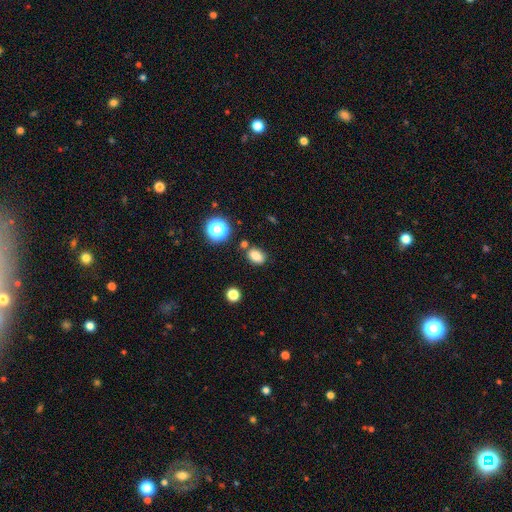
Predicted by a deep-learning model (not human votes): A smooth galaxy with no disk features (80%) that is in between round and cigar-shaped (74%).

Vote fractions:
- Smooth or featured? smooth: 80% / star or artifact: 13% / featured or disk: 7%
- How rounded? in between: 74% / round: 24% / cigar-shaped: 1%
- Merging? none: 79% / minor disturbance: 12% / merger: 6% / major disturbance: 3%